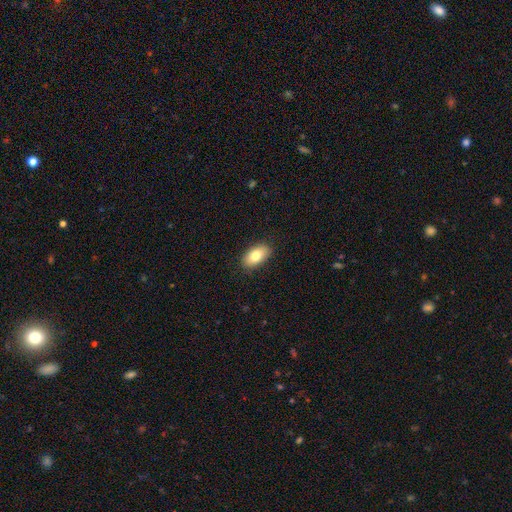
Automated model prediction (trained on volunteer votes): Smooth or featured? smooth (79%)
How rounded? in between (92%)
Merging? none (88%)